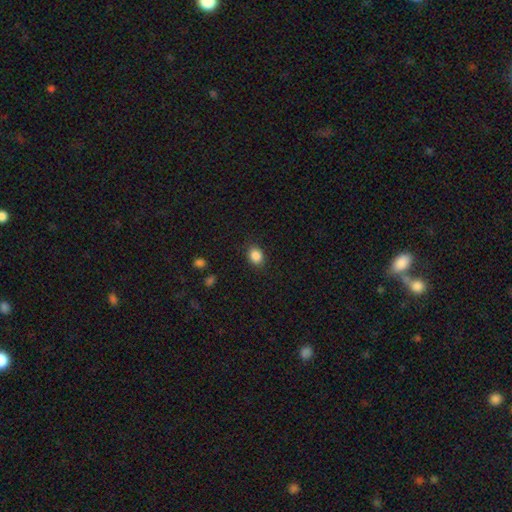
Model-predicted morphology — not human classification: The model was most divided on "how rounded": in between: 53%, round: 46%, cigar-shaped: 1%. More confident: merging — none (87%); smooth or featured — smooth (87%).